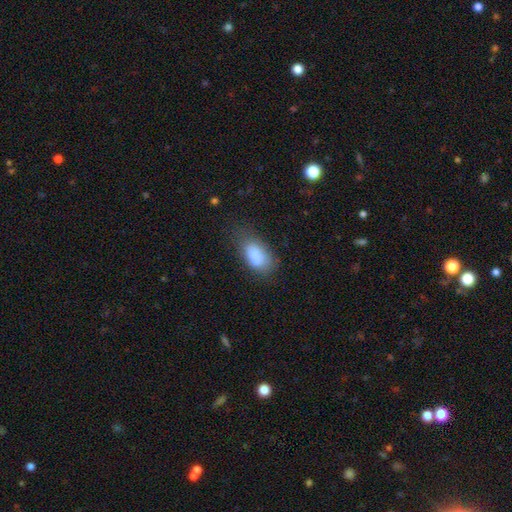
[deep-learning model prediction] This is clearly a smooth galaxy (85%). How rounded: clearly in between (92%). Merging: possibly none (57%).